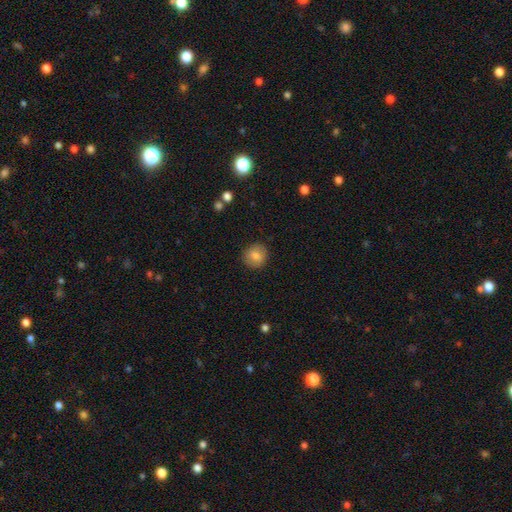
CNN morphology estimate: Smooth or featured? Predicted: smooth (p=0.80). How rounded? Predicted: round (p=0.89). Merging? Predicted: none (p=0.89).